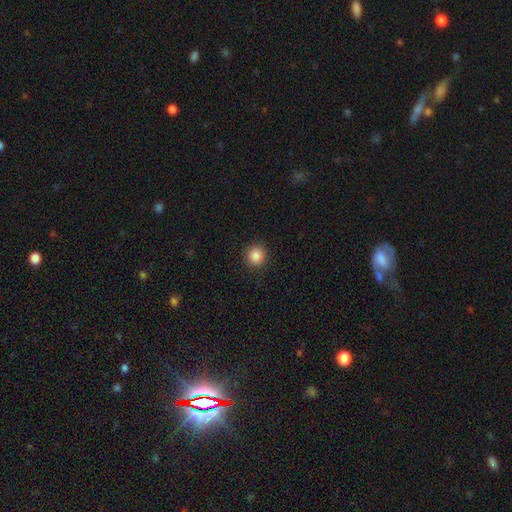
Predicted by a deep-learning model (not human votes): Overall: smooth (86%). How rounded: round (93%). Merging: none (91%).